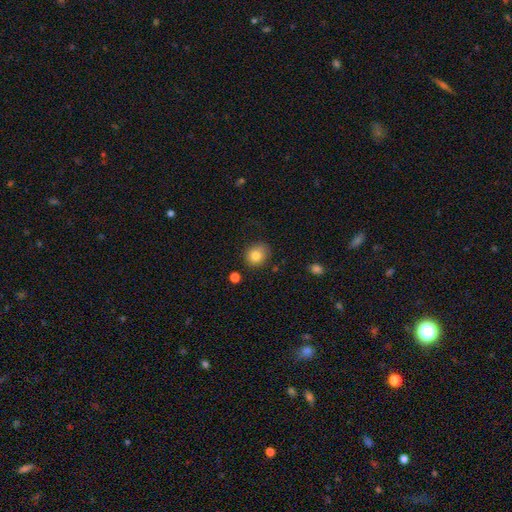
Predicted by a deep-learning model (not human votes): Overall: smooth (82%). How rounded: round (74%). Merging: none (81%).